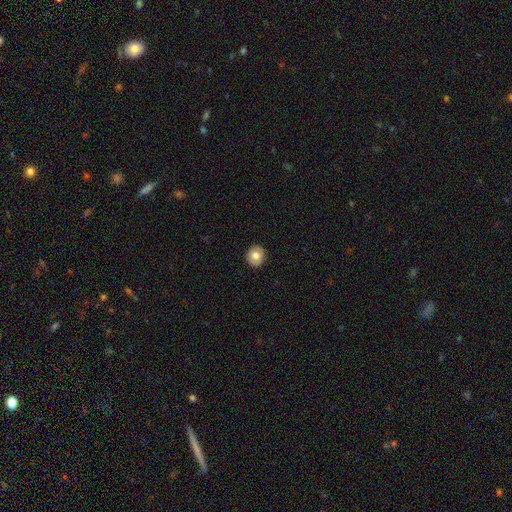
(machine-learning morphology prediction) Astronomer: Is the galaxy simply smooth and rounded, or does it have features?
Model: smooth — 78%.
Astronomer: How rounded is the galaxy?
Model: round — 82%.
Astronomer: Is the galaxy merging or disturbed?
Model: none — 92%.